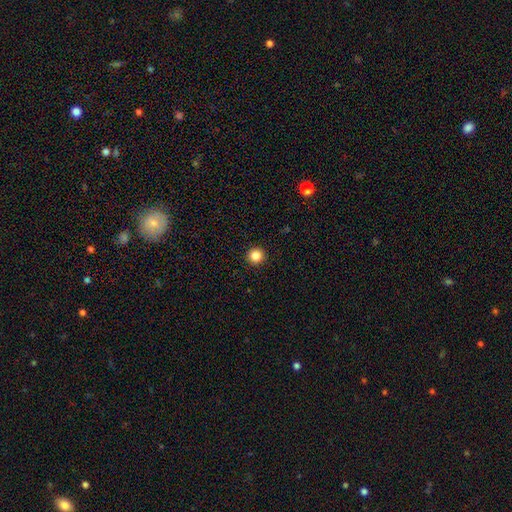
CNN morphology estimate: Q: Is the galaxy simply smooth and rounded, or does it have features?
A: smooth — 85%.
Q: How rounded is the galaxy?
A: round — 95%.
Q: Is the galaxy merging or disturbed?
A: none — 93%.